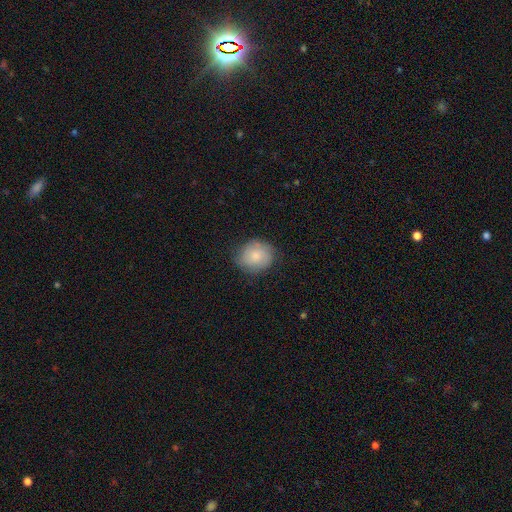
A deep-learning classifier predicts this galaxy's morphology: This is likely a smooth galaxy (73%). How rounded: likely round (75%). Merging: likely none (75%).